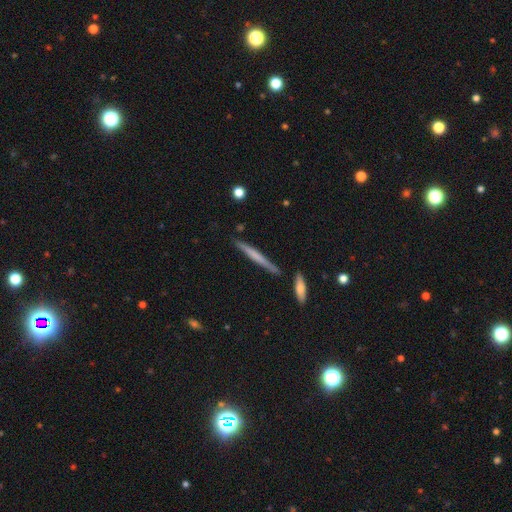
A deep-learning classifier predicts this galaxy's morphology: This appears to be a smooth galaxy with no disk features (50%) that is cigar-shaped (96%). Merging: none (86%).